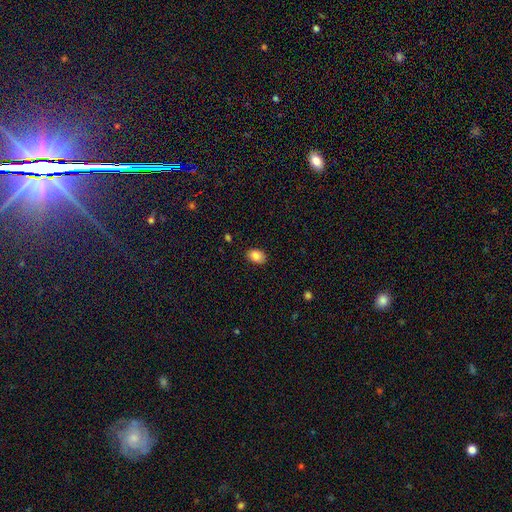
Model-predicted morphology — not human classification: smooth_or_featured: smooth (p=0.86) [alt: star or artifact p=0.08]
how_rounded: in between (p=0.85) [alt: round p=0.14]
merging: none (p=0.86) [alt: minor disturbance p=0.11]